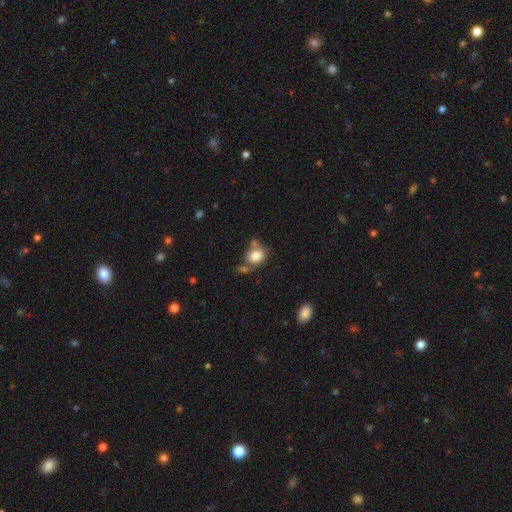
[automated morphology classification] Smooth or featured: smooth — 82% (star or artifact — 9%)
How rounded: round — 54% (in between — 45%)
Merging: none — 50% (merger — 27%)